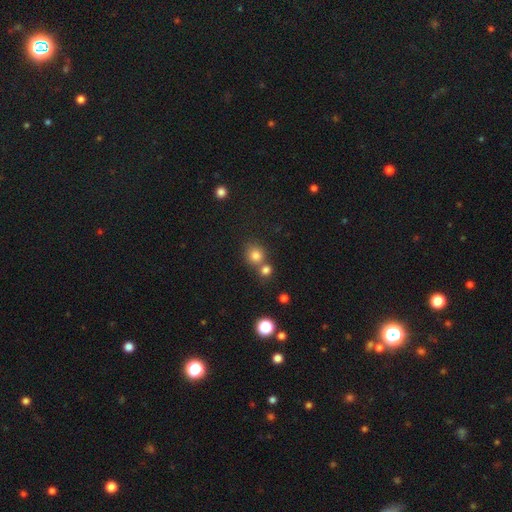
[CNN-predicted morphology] This appears to be a smooth galaxy with no disk features (79%) that is round (86%). Merging: none (56%).